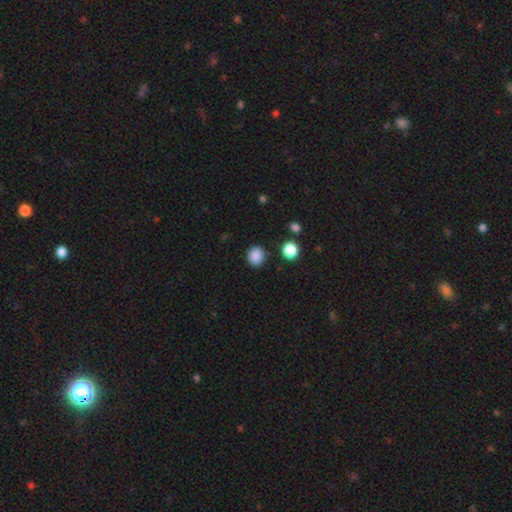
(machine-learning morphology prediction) A smooth galaxy with no disk features (87%) that is round (86%). Merging: none (88%).